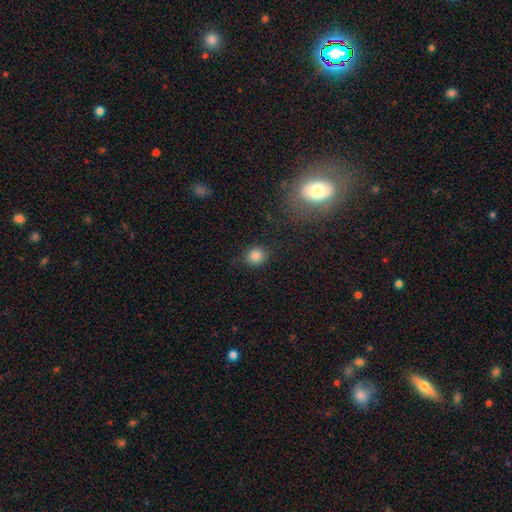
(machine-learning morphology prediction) A smooth galaxy with no disk features (84%) that is round (78%).

Vote fractions:
- Smooth or featured? smooth: 84% / star or artifact: 11% / featured or disk: 5%
- How rounded? round: 78% / in between: 21% / cigar-shaped: 1%
- Merging? none: 85% / minor disturbance: 10% / major disturbance: 3% / merger: 2%